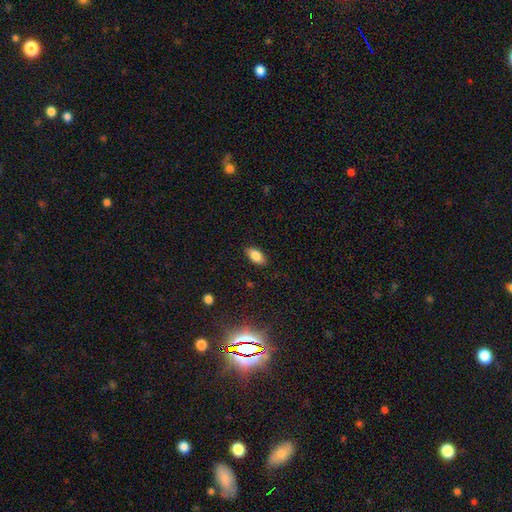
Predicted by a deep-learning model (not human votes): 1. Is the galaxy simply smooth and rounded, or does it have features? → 84% smooth, 8% featured or disk, 8% star or artifact.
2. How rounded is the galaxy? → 91% in between, 5% cigar-shaped, 3% round.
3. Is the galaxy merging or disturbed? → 87% none, 10% minor disturbance, 2% major disturbance, 1% merger.